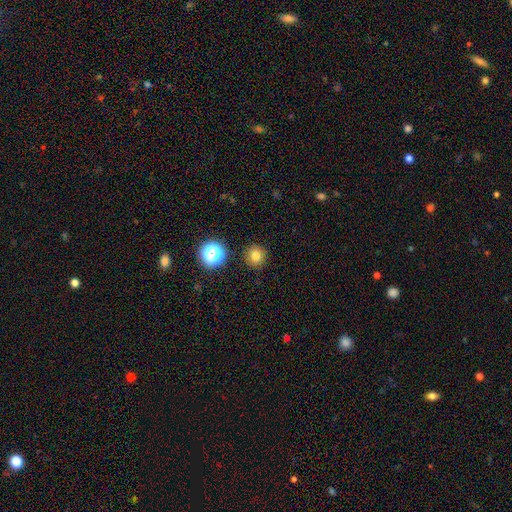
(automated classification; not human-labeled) This is likely a smooth galaxy (77%). How rounded: clearly round (92%). Merging: clearly none (90%).